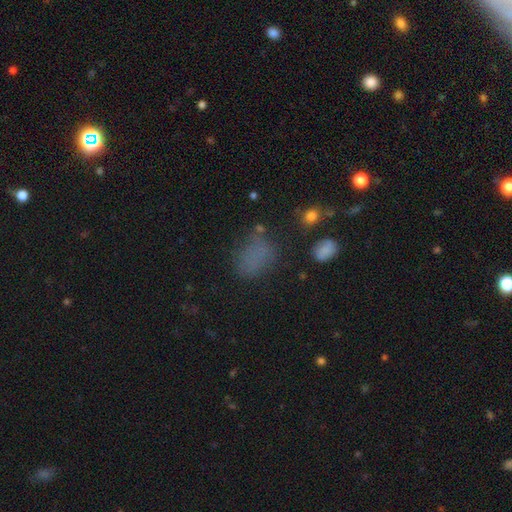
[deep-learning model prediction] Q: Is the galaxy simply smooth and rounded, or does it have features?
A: smooth — 67%.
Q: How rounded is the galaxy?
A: in between — 72%.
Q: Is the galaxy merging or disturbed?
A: none — 58%.